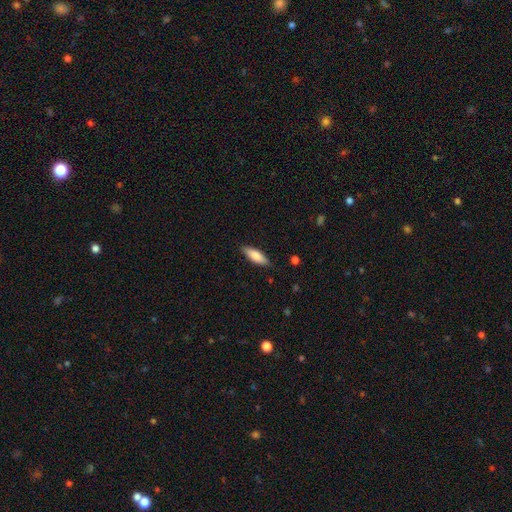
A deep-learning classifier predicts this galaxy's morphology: Q: Smooth or featured?
A: smooth (76%); runner-up: featured or disk (19%)
Q: How rounded?
A: in between (51%); runner-up: cigar-shaped (47%)
Q: Merging?
A: none (85%); runner-up: minor disturbance (11%)